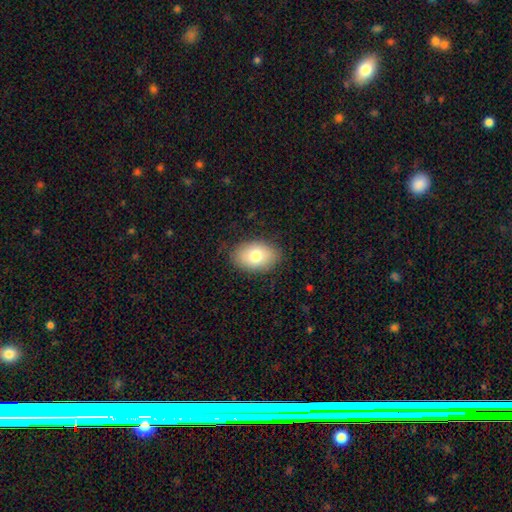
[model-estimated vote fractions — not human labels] This appears to be a smooth galaxy with no disk features (77%) that is in between round and cigar-shaped (88%). Merging: none (84%).